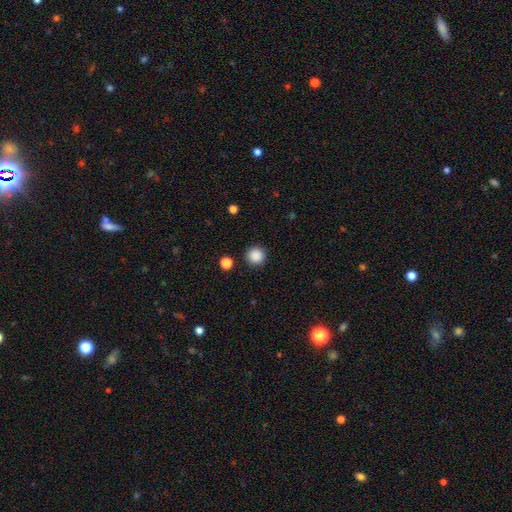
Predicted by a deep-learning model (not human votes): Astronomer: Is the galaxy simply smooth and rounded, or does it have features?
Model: smooth — 87%.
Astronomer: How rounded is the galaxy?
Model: round — 95%.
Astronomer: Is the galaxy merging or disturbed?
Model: none — 91%.